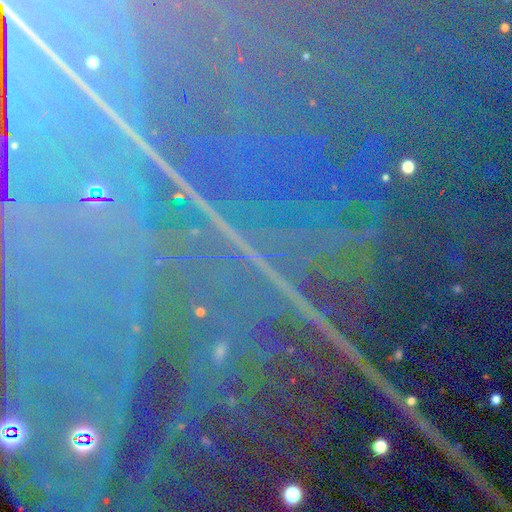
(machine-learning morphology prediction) A star or artifact, not a galaxy (90%).

Vote fractions:
- Smooth or featured? star or artifact: 90% / featured or disk: 6% / smooth: 4%